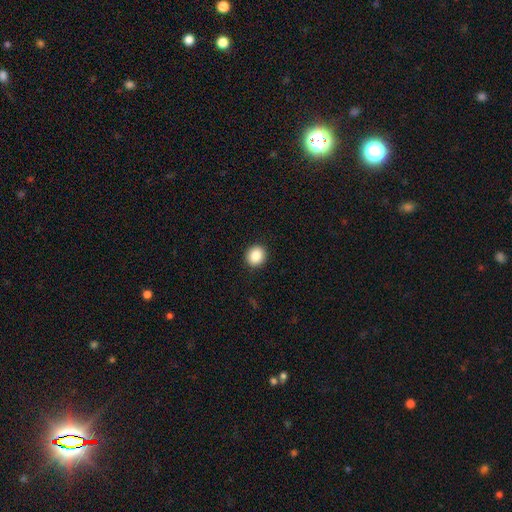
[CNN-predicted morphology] This appears to be a smooth galaxy with no disk features (86%) that is round (82%). Merging: none (92%).